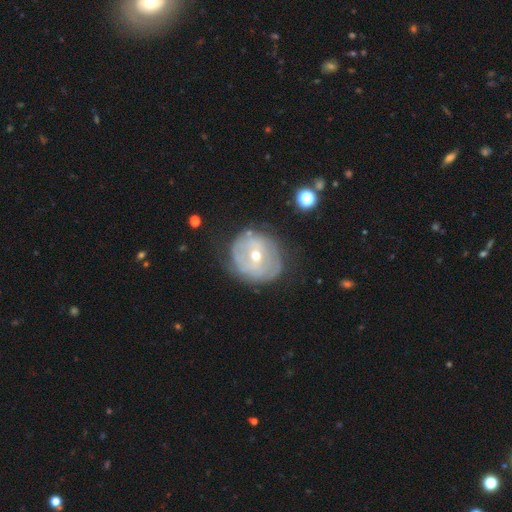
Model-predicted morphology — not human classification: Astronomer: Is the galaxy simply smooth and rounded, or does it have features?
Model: featured or disk — 68%.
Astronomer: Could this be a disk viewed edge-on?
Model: no — 96%.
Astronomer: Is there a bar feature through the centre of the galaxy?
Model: no — 51% (runner-up: weak, 35%).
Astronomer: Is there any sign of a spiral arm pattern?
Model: yes — 59% (runner-up: no, 41%).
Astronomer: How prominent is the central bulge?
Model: moderate — 53% (runner-up: small, 44%).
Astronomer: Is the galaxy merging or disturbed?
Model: none — 70%.